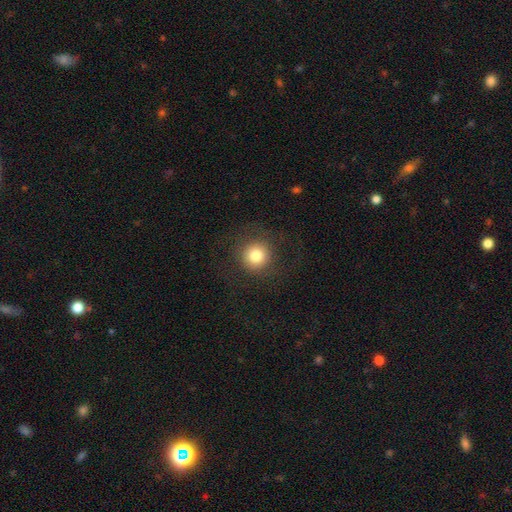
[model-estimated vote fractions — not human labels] The model was most divided on "smooth or featured": smooth: 80%, star or artifact: 11%, featured or disk: 9%. More confident: how rounded — round (94%); merging — none (85%).